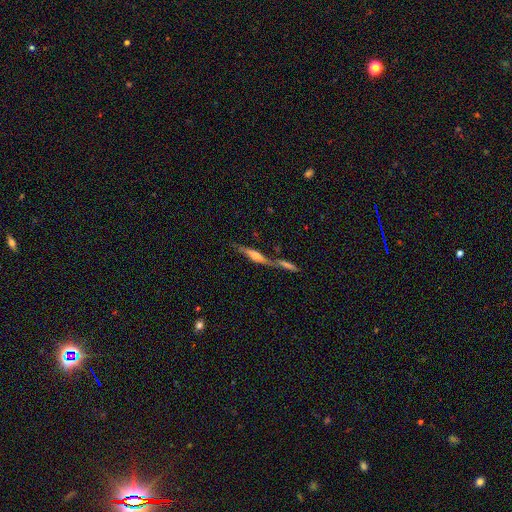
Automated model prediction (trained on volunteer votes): Morphology: type=featured or disk (59%); edge-on=yes (86%); edge-on bulge=rounded (63%); merging=merger (48%).